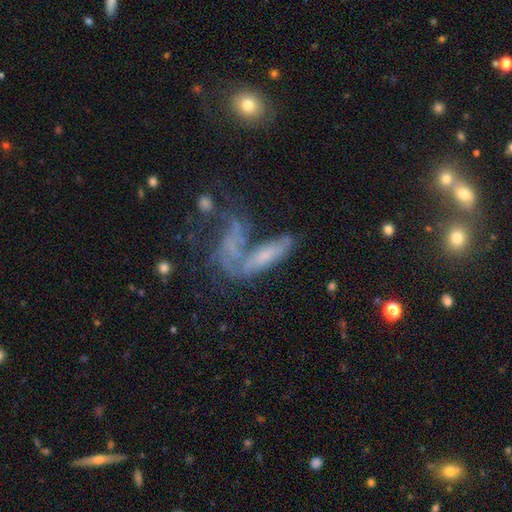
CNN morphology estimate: This is possibly a featured or disk galaxy (50%). It is likely not viewed edge-on (73%). Merging: marginally merger (41%).